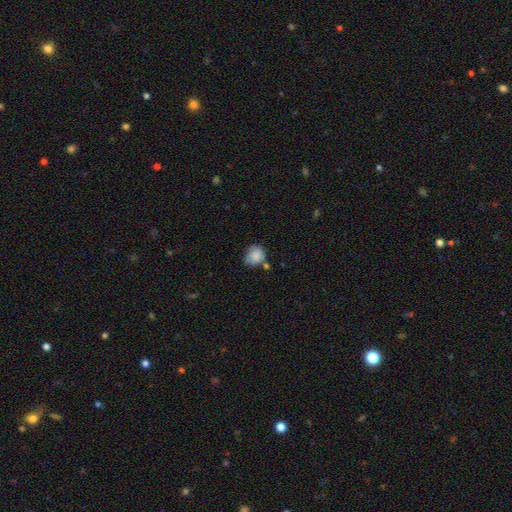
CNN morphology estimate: Smooth or featured? Predicted: smooth (p=0.83). How rounded? Predicted: round (p=0.72). Merging? Predicted: none (p=0.55).